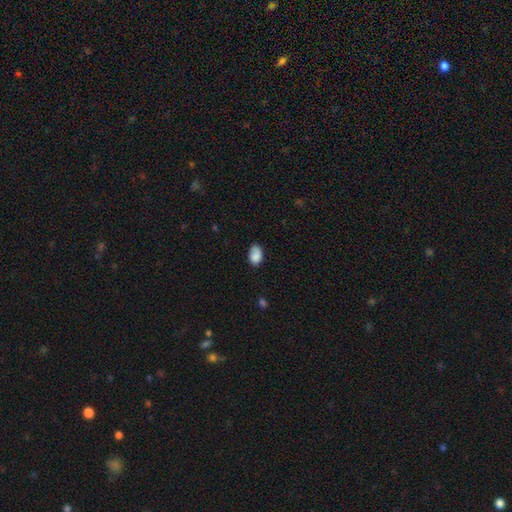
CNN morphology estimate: This is clearly a smooth galaxy (82%). How rounded: clearly in between (84%). Merging: likely none (63%).